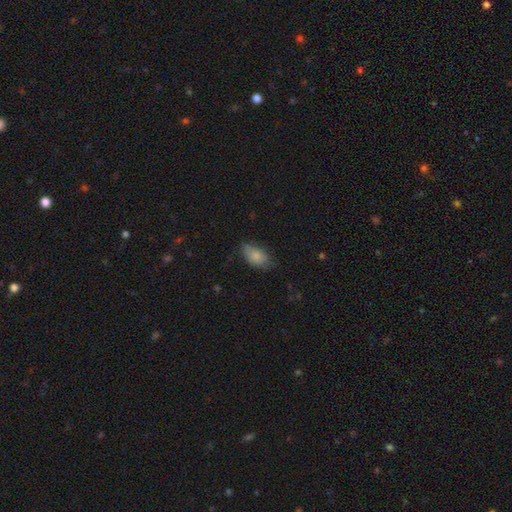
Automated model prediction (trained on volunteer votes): smooth_or_featured: smooth (p=0.80) [alt: featured or disk p=0.12]
how_rounded: in between (p=0.92) [alt: round p=0.06]
merging: none (p=0.56) [alt: minor disturbance p=0.33]